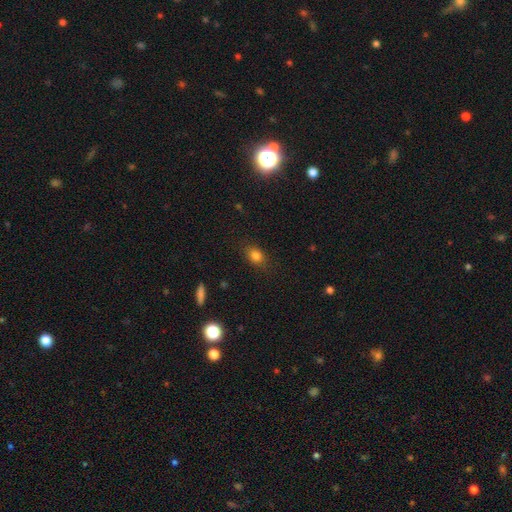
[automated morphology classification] smooth-or-featured: smooth: 81% | star or artifact: 12% | featured or disk: 7%
  how-rounded: in between: 64% | round: 34% | cigar-shaped: 2%
  merging: none: 83% | minor disturbance: 13% | major disturbance: 3% | merger: 1%